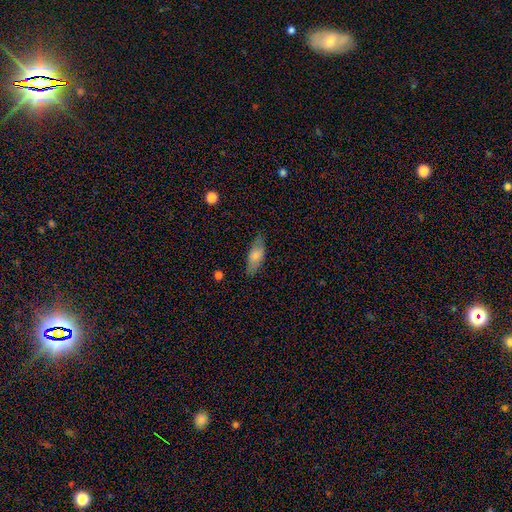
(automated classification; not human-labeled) Morphology: type=smooth (76%); roundness=in between (77%); merging=none (79%).